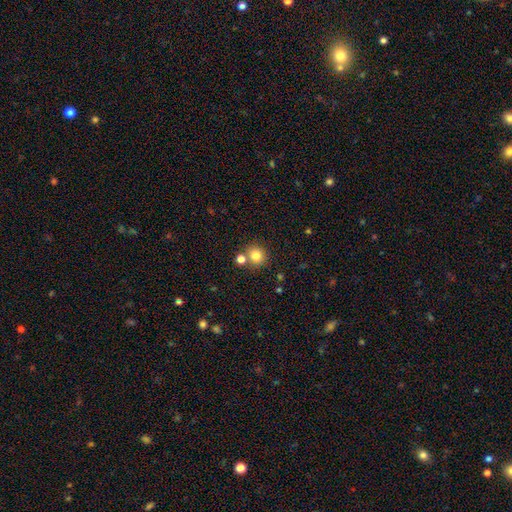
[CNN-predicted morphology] smooth_or_featured: smooth (p=0.81) [alt: star or artifact p=0.12]
how_rounded: round (p=0.89) [alt: in between p=0.10]
merging: none (p=0.72) [alt: merger p=0.17]